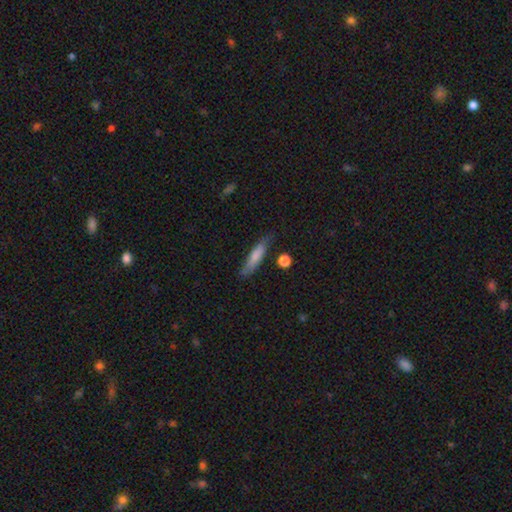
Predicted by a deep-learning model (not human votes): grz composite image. It shows a smooth galaxy with no disk features (74%) that is cigar-shaped (80%). Merging: none (73%).